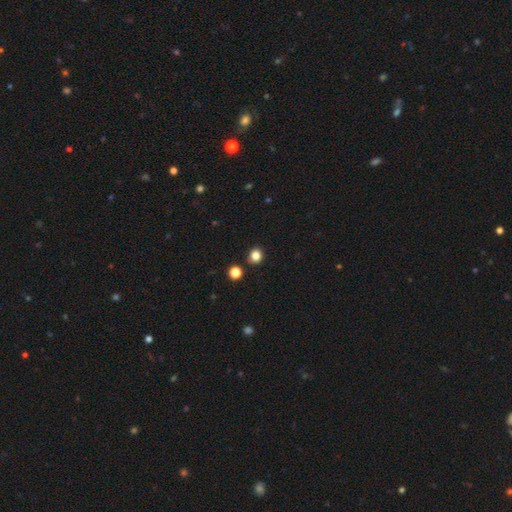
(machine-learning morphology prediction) This is clearly a smooth galaxy (83%). How rounded: clearly round (81%). Merging: clearly none (88%).